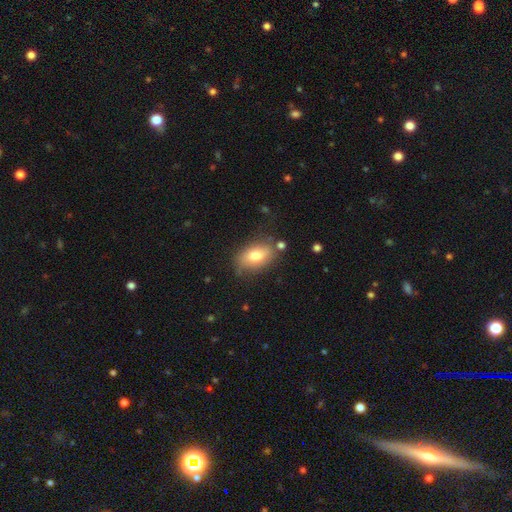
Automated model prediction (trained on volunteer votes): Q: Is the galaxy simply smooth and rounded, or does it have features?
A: smooth — 75%.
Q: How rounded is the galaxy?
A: in between — 88%.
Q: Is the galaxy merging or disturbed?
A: none — 72%.